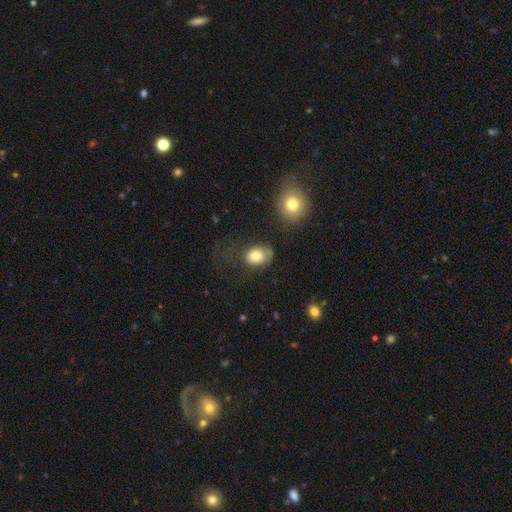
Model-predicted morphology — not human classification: Smooth or featured?
  - smooth: 80% *
  - featured or disk: 11%
  - star or artifact: 9%
How rounded?
  - in between: 63% *
  - round: 36%
  - cigar-shaped: 1%
Merging?
  - none: 41% *
  - minor disturbance: 27%
  - major disturbance: 26%
  - merger: 5%